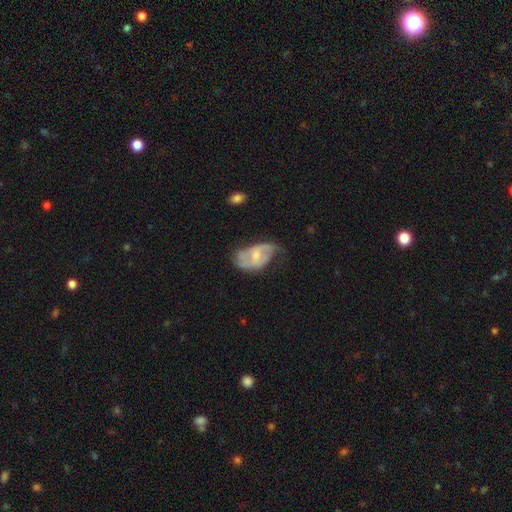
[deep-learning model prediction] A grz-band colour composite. It shows a featured or disk galaxy (61%) with a weak bar (46%), spiral arms (74%) and a moderate central bulge (45%). Merging: none (37%).